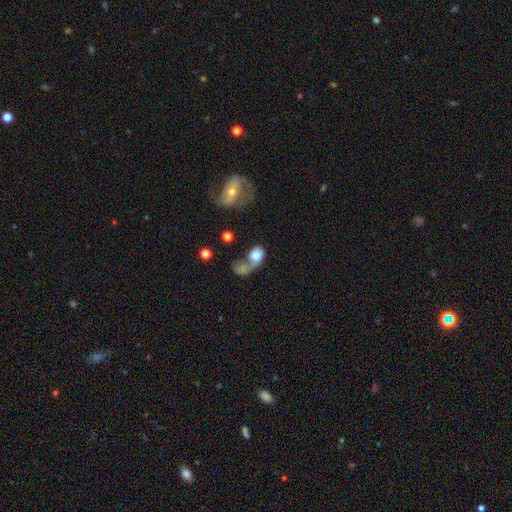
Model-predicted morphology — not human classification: A smooth galaxy with no disk features (66%) that is in between round and cigar-shaped (63%).

Vote fractions:
- Smooth or featured? smooth: 66% / featured or disk: 26% / star or artifact: 8%
- How rounded? in between: 63% / round: 35% / cigar-shaped: 2%
- Merging? merger: 55% / major disturbance: 22% / none: 14% / minor disturbance: 9%